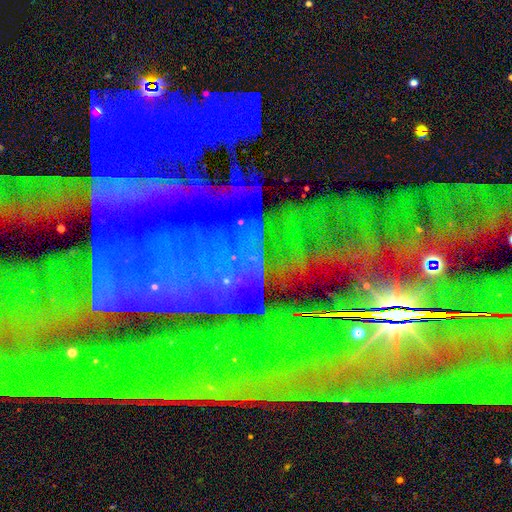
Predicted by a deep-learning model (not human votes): smooth-or-featured: star or artifact: 82% | featured or disk: 12% | smooth: 7%